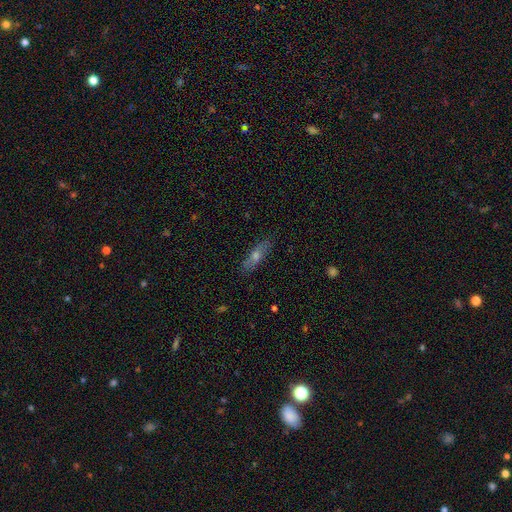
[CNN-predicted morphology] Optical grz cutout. It shows a smooth galaxy with no disk features (49%). Merging: none (85%).